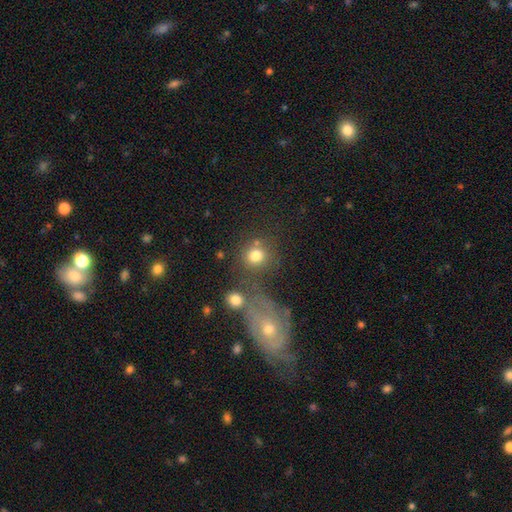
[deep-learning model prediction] This appears to be a smooth galaxy with no disk features (79%) that is round (88%). Merging: none (63%).